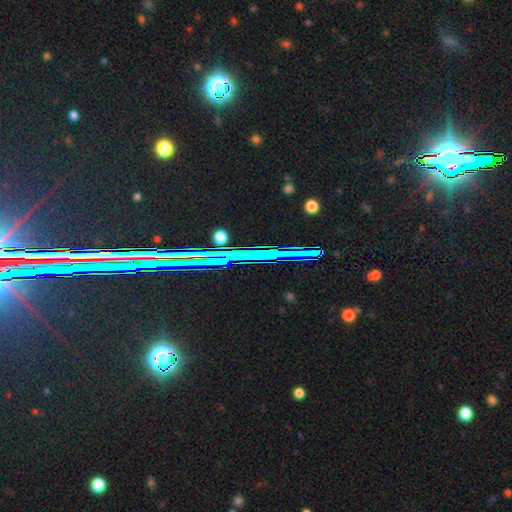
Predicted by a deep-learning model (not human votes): Morphology: type=star or artifact (78%).